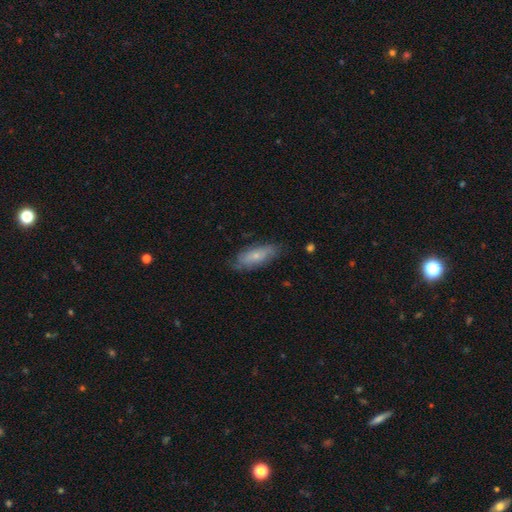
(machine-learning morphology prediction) A smooth galaxy with no disk features (55%) that is in between round and cigar-shaped (74%). Merging: none (70%).